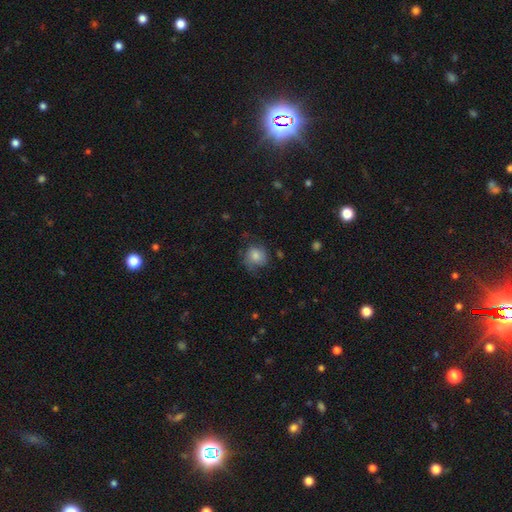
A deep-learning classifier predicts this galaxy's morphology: smooth_or_featured: smooth (p=0.72) [alt: featured or disk p=0.20]
how_rounded: round (p=0.79) [alt: in between p=0.20]
merging: none (p=0.59) [alt: minor disturbance p=0.26]